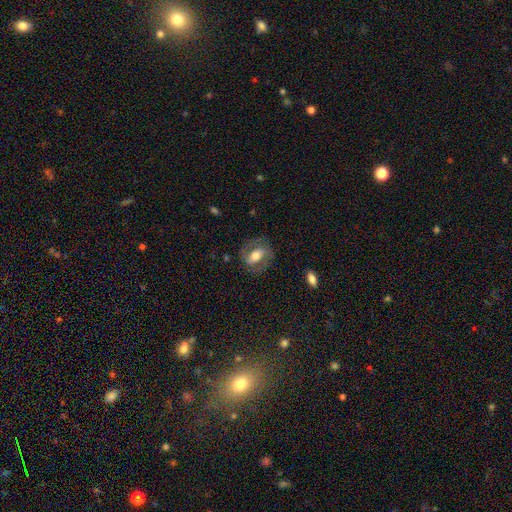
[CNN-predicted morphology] Q: Smooth or featured?
A: featured or disk (60%); runner-up: smooth (33%)
Q: Edge-on disk?
A: no (93%); runner-up: yes (7%)
Q: Bar?
A: strong (40%); runner-up: weak (33%)
Q: Spiral arms?
A: yes (75%); runner-up: no (25%)
Q: Bulge size?
A: moderate (62%); runner-up: large (18%)
Q: Merging?
A: none (74%); runner-up: minor disturbance (15%)